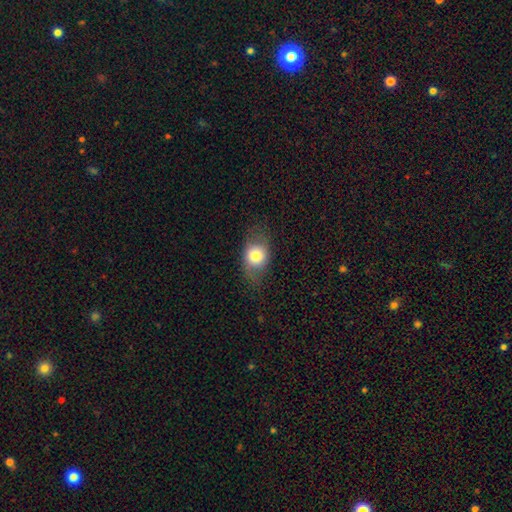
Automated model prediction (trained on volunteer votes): This is likely a smooth galaxy (72%). How rounded: possibly in between (55%). Merging: likely none (72%).